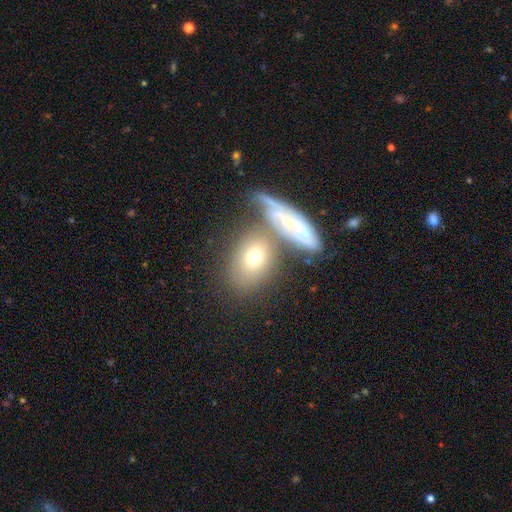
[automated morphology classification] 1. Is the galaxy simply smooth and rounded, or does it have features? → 58% smooth, 33% featured or disk, 9% star or artifact.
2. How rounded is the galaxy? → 66% in between, 26% round, 8% cigar-shaped.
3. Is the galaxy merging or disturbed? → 51% none, 26% merger, 16% minor disturbance, 7% major disturbance.